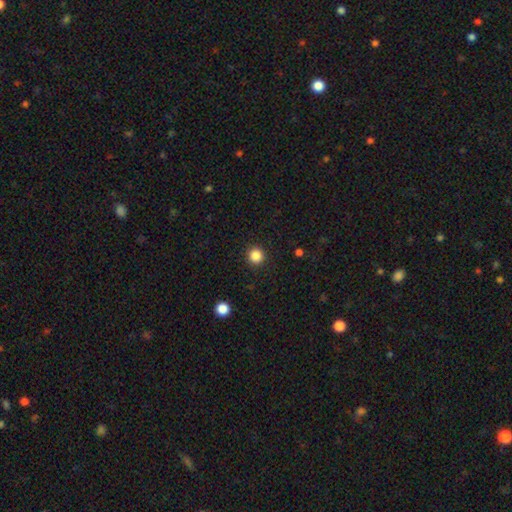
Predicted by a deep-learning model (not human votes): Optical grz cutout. It shows a smooth galaxy with no disk features (86%) that is round (95%). Merging: none (92%).